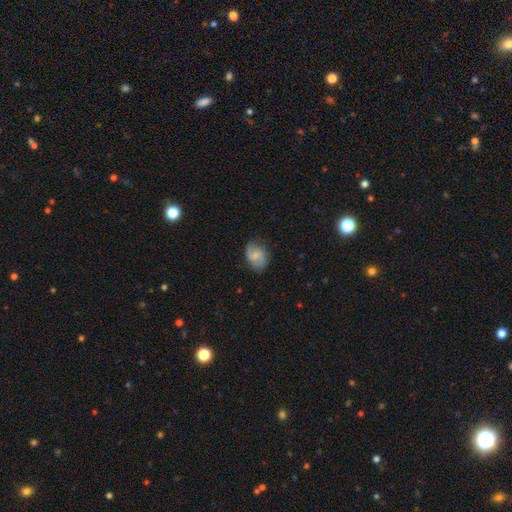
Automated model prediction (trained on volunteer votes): smooth-or-featured: featured or disk: 55% | smooth: 38% | star or artifact: 8%
  disk-edge-on: no: 97% | yes: 3%
    bar: weak: 52% | no: 37% | strong: 11%
    has-spiral-arms: yes: 90% | no: 10%
    bulge-size: small: 42% | moderate: 29% | none: 24% | large: 3% | dominant: 1%
  merging: none: 77% | minor disturbance: 17% | major disturbance: 5% | merger: 1%